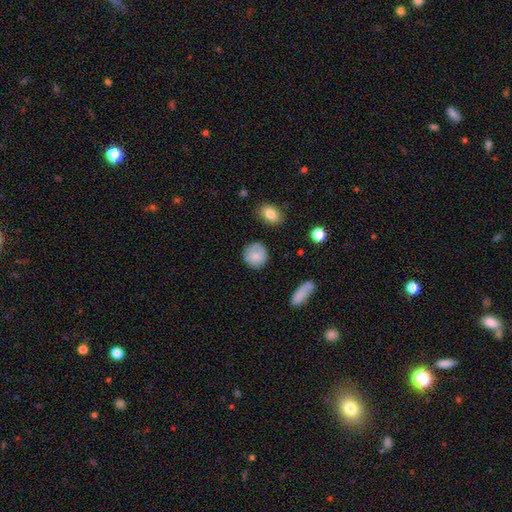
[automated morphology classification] A smooth galaxy with no disk features (76%) that is round (88%).

Vote fractions:
- Smooth or featured? smooth: 76% / featured or disk: 16% / star or artifact: 8%
- How rounded? round: 88% / in between: 10% / cigar-shaped: 1%
- Merging? none: 81% / minor disturbance: 14% / major disturbance: 3% / merger: 2%